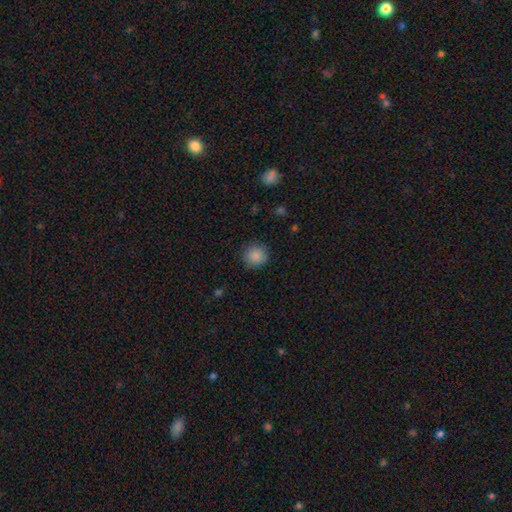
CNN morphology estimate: Q: Smooth or featured?
A: smooth (87%); runner-up: star or artifact (9%)
Q: How rounded?
A: round (92%); runner-up: in between (7%)
Q: Merging?
A: none (89%); runner-up: minor disturbance (8%)